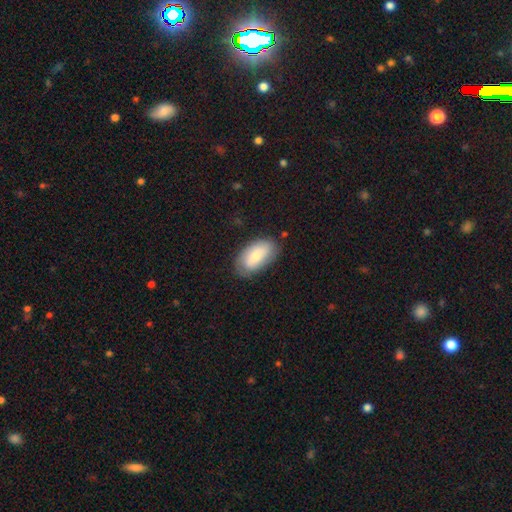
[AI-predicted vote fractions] This appears to be a smooth galaxy with no disk features (68%) that is in between round and cigar-shaped (94%). Merging: none (77%).